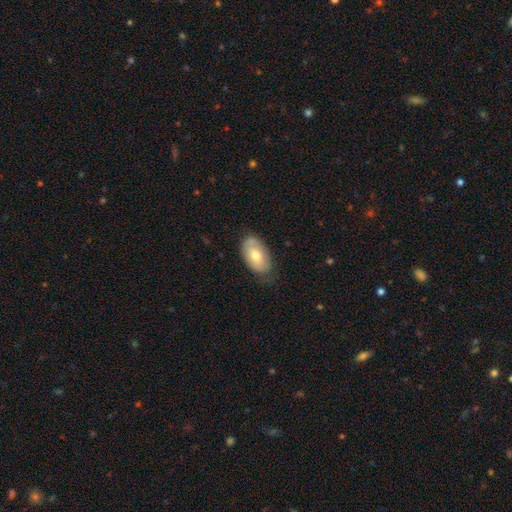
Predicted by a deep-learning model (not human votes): A smooth galaxy with no disk features (65%) that is in between round and cigar-shaped (93%). Merging: none (67%).